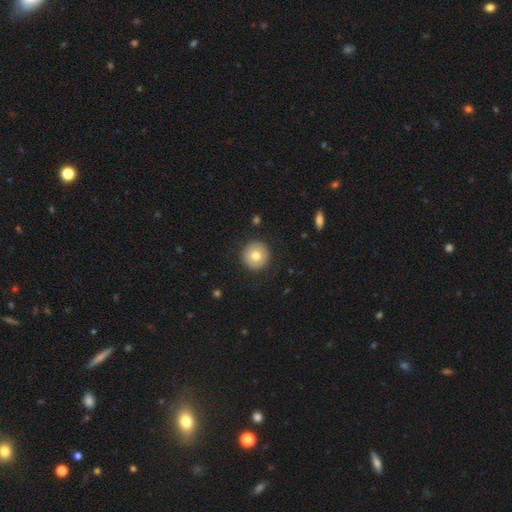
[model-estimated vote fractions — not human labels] Overall: smooth (75%). How rounded: round (96%). Merging: none (90%).